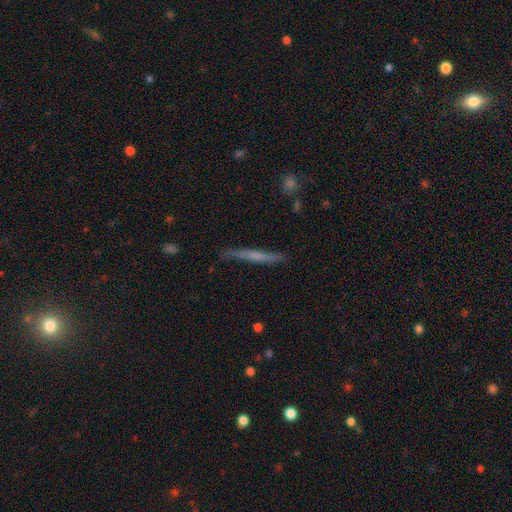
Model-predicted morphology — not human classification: This appears to be a featured or disk galaxy (49%). Merging: none (81%).